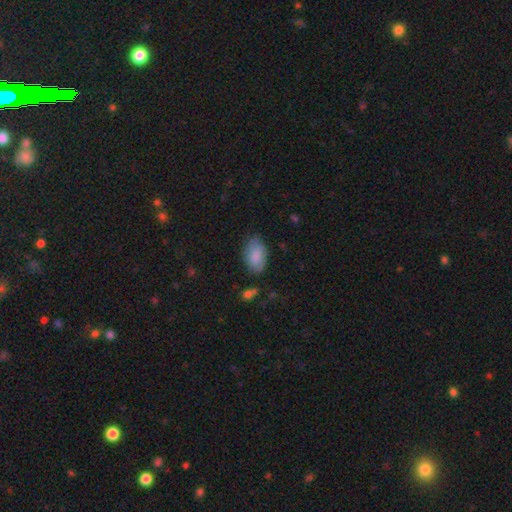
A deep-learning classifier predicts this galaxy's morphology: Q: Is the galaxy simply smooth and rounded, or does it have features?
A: smooth — 79%.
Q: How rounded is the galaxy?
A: in between — 93%.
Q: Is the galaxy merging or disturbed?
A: none — 70%.